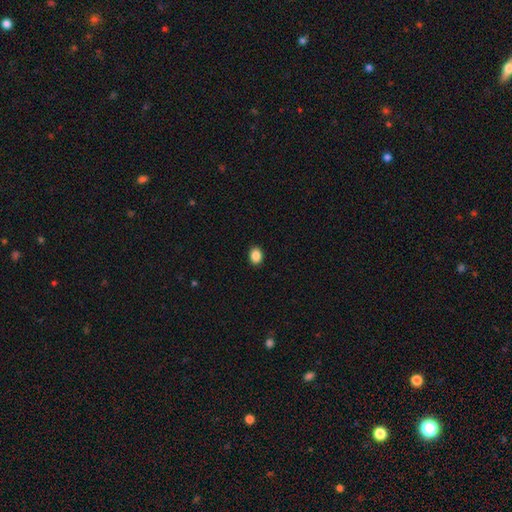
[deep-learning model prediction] Morphology: type=smooth (88%); roundness=in between (67%); merging=none (91%).